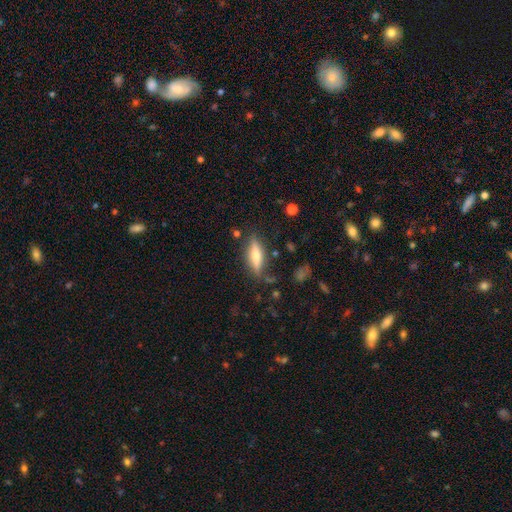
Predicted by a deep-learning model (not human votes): Smooth or featured: featured or disk — 46% (tied with smooth — 46%)
Merging: none — 78% (minor disturbance — 15%)